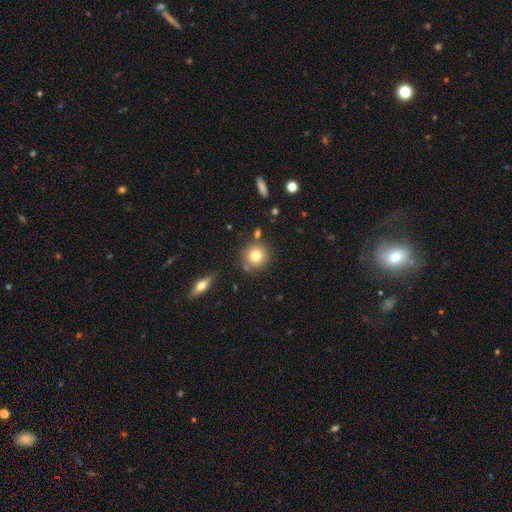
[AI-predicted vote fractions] Smooth or featured?
  - smooth: 78% *
  - featured or disk: 12%
  - star or artifact: 10%
How rounded?
  - round: 92% *
  - in between: 7%
  - cigar-shaped: 1%
Merging?
  - none: 79% *
  - minor disturbance: 9%
  - merger: 9%
  - major disturbance: 3%